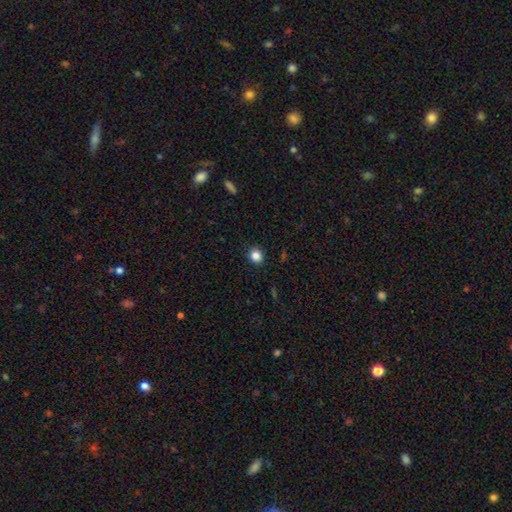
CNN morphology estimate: This is clearly a smooth galaxy (85%). How rounded: likely round (79%). Merging: clearly none (91%).